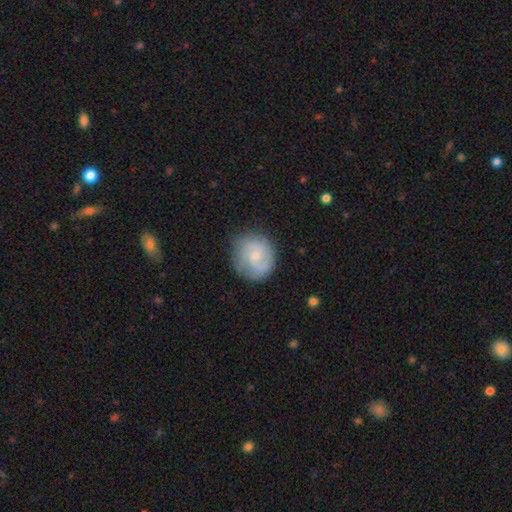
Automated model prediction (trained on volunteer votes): Q: Smooth or featured?
A: featured or disk (51%); runner-up: smooth (43%)
Q: Edge-on disk?
A: no (98%); runner-up: yes (2%)
Q: Merging?
A: none (75%); runner-up: minor disturbance (18%)